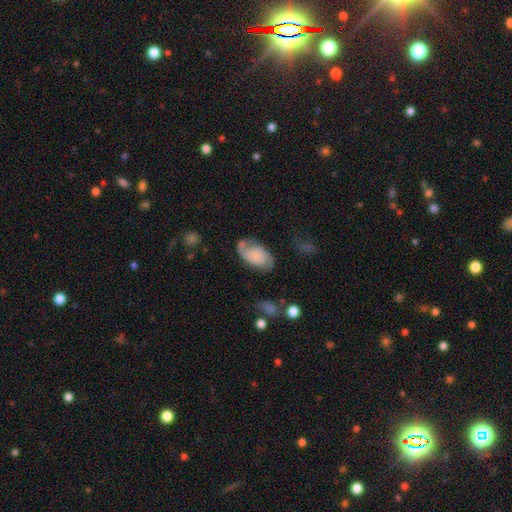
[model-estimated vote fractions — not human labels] A featured or disk galaxy (67%) with no bar (69%), 2 (84%) medium (43%) spiral arms (93%) and no central bulge (43%).

Vote fractions:
- Smooth or featured? featured or disk: 67% / smooth: 26% / star or artifact: 7%
- Edge-on disk? no: 97% / yes: 3%
- Bar? no: 69% / weak: 26% / strong: 5%
- Spiral arms? yes: 93% / no: 7%
- Spiral winding? medium: 43% / tight: 34% / loose: 23%
- Spiral arm count? 2: 84% / can't tell: 7% / 1: 6% / 3: 2% / 4: 1% / more than 4: 1%
- Bulge size? none: 43% / small: 30% / moderate: 14% / large: 9% / dominant: 4%
- Merging? none: 61% / minor disturbance: 22% / major disturbance: 13% / merger: 4%